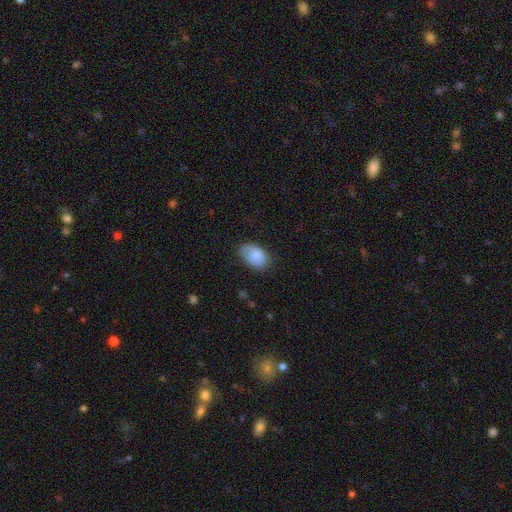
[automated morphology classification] smooth-or-featured: smooth: 84% | featured or disk: 9% | star or artifact: 7%
  how-rounded: in between: 88% | round: 11% | cigar-shaped: 1%
  merging: none: 63% | minor disturbance: 28% | major disturbance: 7% | merger: 2%